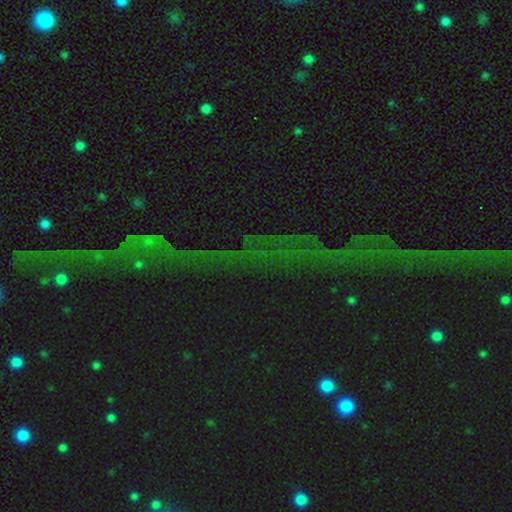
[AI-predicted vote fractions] A star or artifact, not a galaxy (77%).